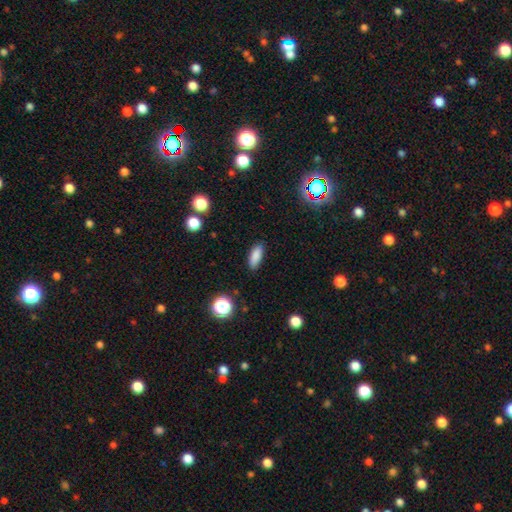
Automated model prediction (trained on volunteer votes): Smooth or featured: smooth — 85% (star or artifact — 9%)
How rounded: in between — 72% (cigar-shaped — 25%)
Merging: none — 87% (minor disturbance — 10%)